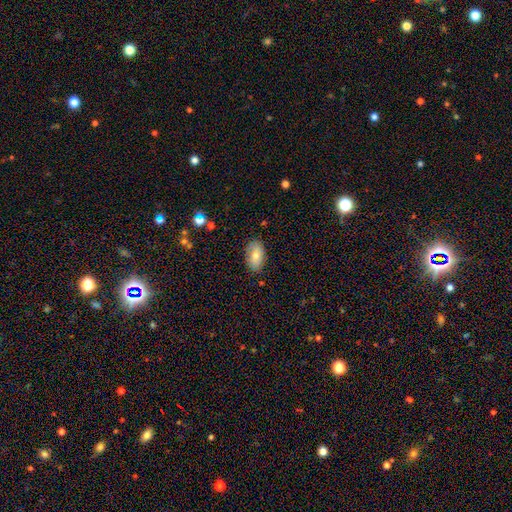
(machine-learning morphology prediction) Q: Smooth or featured?
A: smooth (72%); runner-up: featured or disk (20%)
Q: How rounded?
A: in between (93%); runner-up: round (5%)
Q: Merging?
A: none (82%); runner-up: minor disturbance (14%)